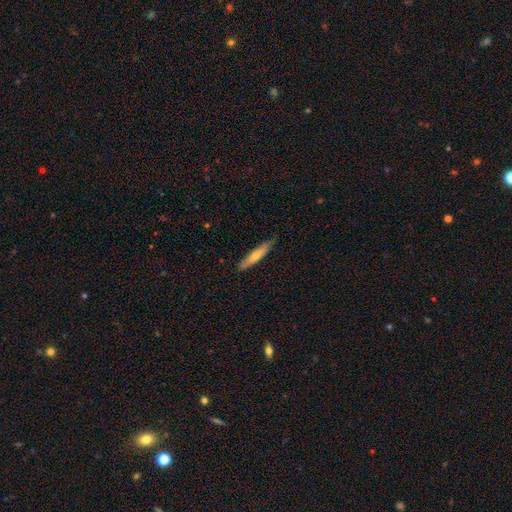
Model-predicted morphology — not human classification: Smooth or featured? Predicted: smooth (p=0.65). How rounded? Predicted: cigar-shaped (p=0.87). Merging? Predicted: none (p=0.82).